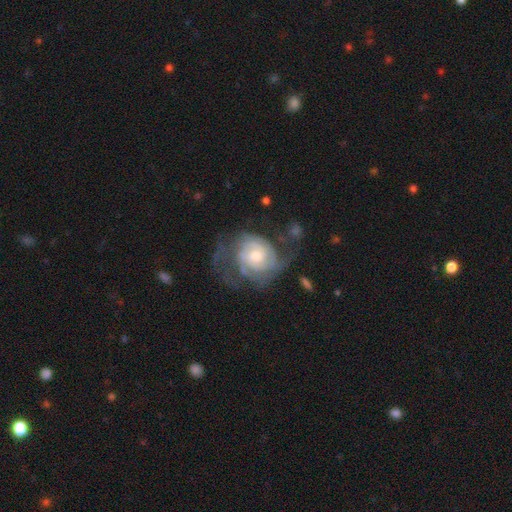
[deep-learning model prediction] smooth_or_featured: featured or disk (p=0.82) [alt: smooth p=0.13]
disk_edge_on: no (p=0.98) [alt: yes p=0.02]
bar: no (p=0.71) [alt: weak p=0.25]
has_spiral_arms: yes (p=0.93) [alt: no p=0.07]
spiral_winding: tight (p=0.65) [alt: medium p=0.27]
spiral_arm_count: can't tell (p=0.35) [alt: 2 p=0.31]
bulge_size: moderate (p=0.60) [alt: small p=0.28]
merging: none (p=0.48) [alt: major disturbance p=0.28]